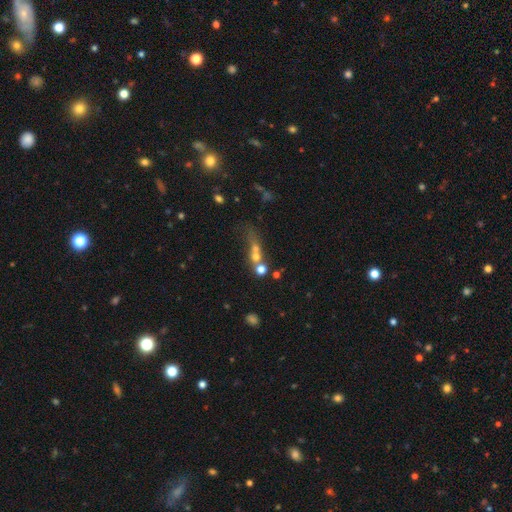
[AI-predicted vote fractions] smooth_or_featured: smooth (p=0.47) [alt: featured or disk p=0.30]
merging: merger (p=0.49) [alt: none p=0.29]